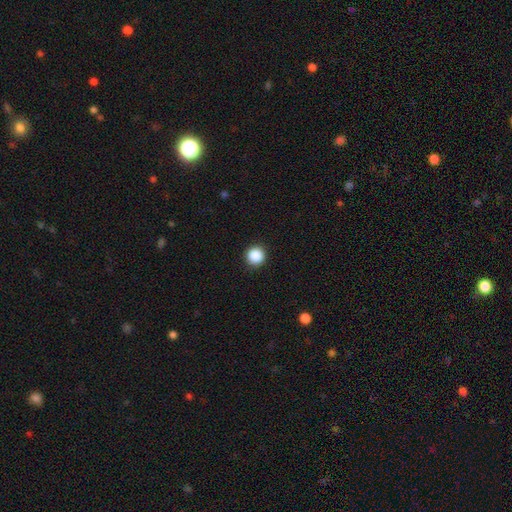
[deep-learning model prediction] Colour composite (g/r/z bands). It shows a smooth galaxy with no disk features (88%) that is round (95%). Merging: none (93%).